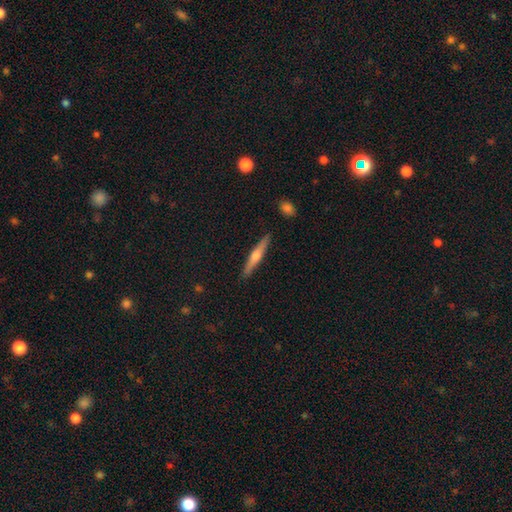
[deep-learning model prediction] A featured or disk galaxy (61%) viewed edge-on (97%) with a rounded central bulge (86%). Merging: none (91%).